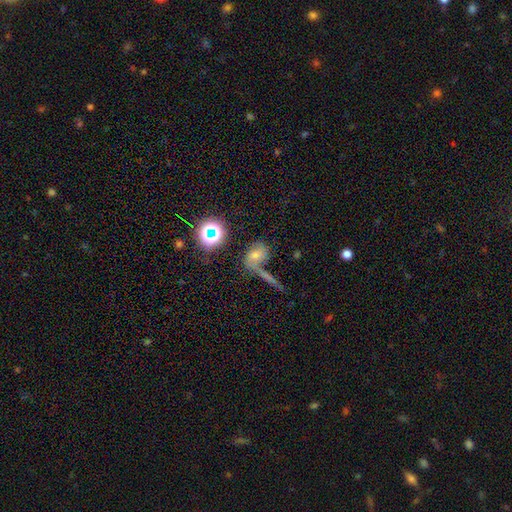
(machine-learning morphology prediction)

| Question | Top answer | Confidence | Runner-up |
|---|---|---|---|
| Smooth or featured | smooth | 48% | featured or disk (29%) |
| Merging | none | 41% | merger (33%) |